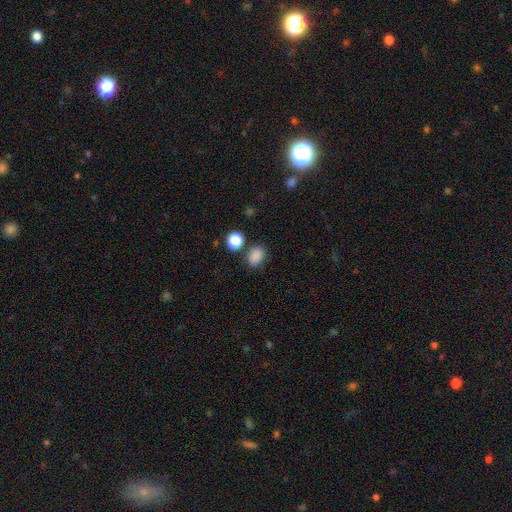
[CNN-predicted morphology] The model was most divided on "how rounded": in between: 60%, round: 39%, cigar-shaped: 1%. More confident: smooth or featured — smooth (85%); merging — none (75%).